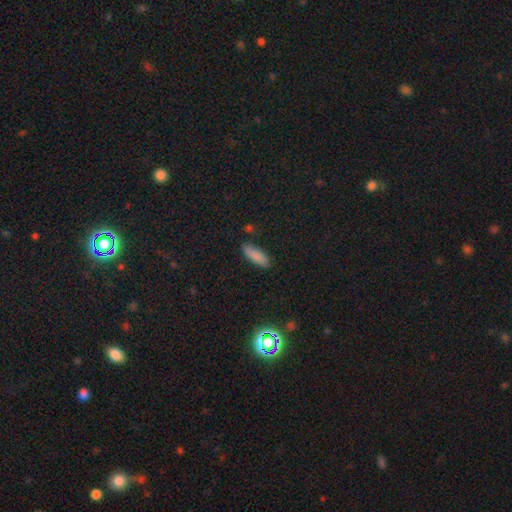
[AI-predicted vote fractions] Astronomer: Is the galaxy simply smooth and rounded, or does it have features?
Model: smooth — 85%.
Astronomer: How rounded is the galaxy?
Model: in between — 58% (runner-up: cigar-shaped, 40%).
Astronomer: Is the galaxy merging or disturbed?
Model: none — 82%.